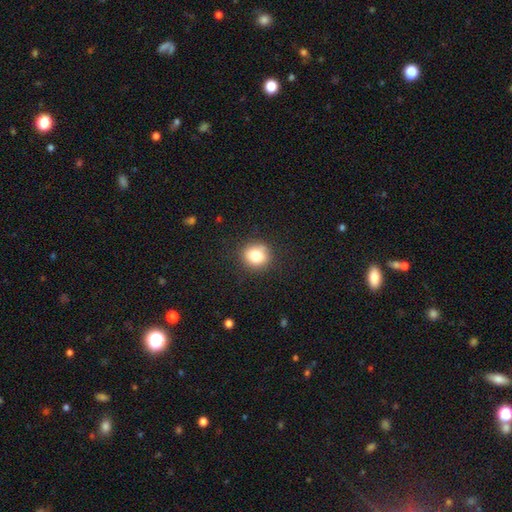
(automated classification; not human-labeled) smooth_or_featured: smooth (p=0.81) [alt: star or artifact p=0.11]
how_rounded: round (p=0.79) [alt: in between p=0.20]
merging: none (p=0.85) [alt: minor disturbance p=0.11]